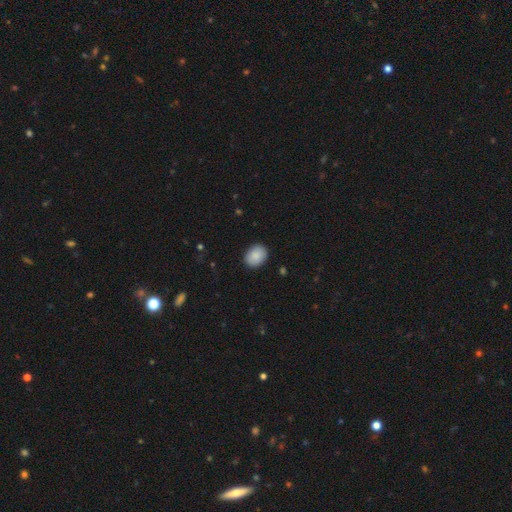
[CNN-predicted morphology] smooth_or_featured: smooth (p=0.89) [alt: star or artifact p=0.07]
how_rounded: in between (p=0.66) [alt: round p=0.33]
merging: none (p=0.89) [alt: minor disturbance p=0.08]